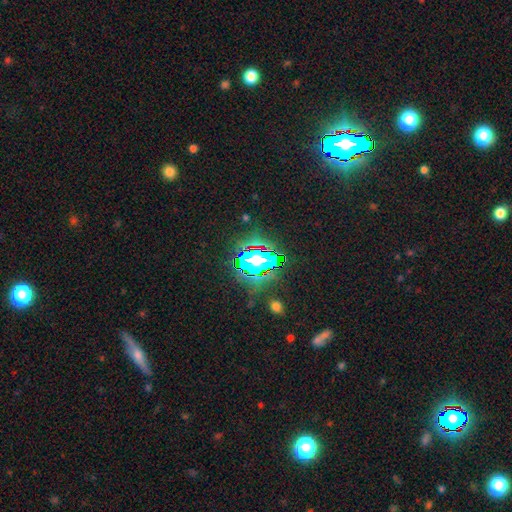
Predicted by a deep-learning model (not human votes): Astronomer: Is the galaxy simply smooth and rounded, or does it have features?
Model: star or artifact — 79%.